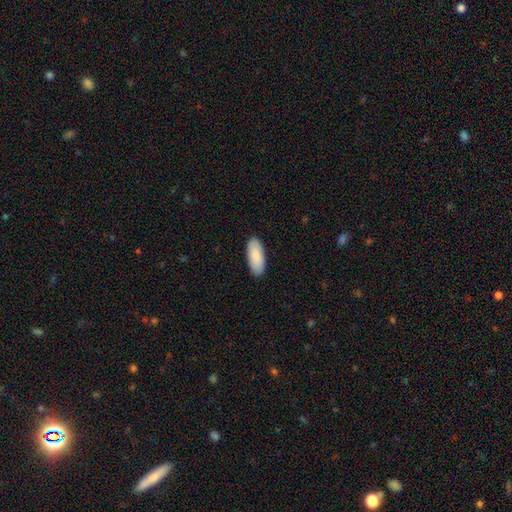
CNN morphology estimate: smooth_or_featured: smooth (p=0.89) [alt: featured or disk p=0.06]
how_rounded: in between (p=0.85) [alt: cigar-shaped p=0.13]
merging: none (p=0.89) [alt: minor disturbance p=0.09]